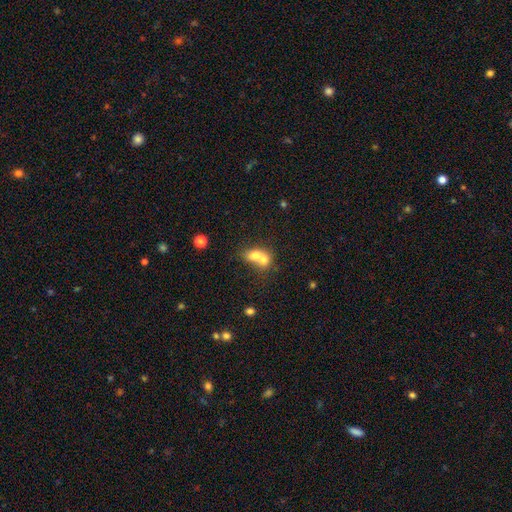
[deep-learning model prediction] smooth_or_featured: smooth (p=0.70) [alt: featured or disk p=0.20]
how_rounded: in between (p=0.54) [alt: round p=0.44]
merging: merger (p=0.72) [alt: none p=0.19]